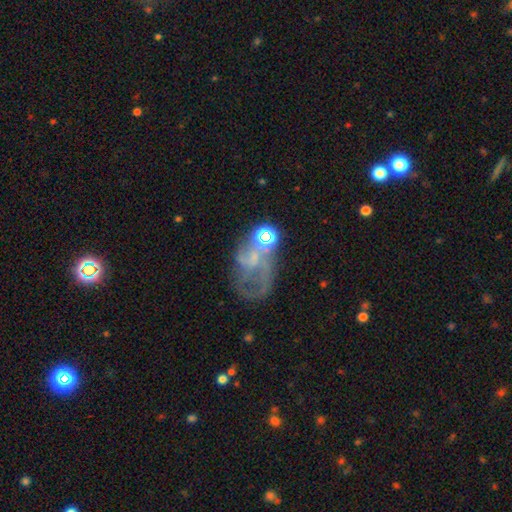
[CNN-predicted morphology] type=featured or disk (57%); edge-on=no (97%); bar=no (73%); spiral arms=yes (54%); bulge=none (46%); merging=major disturbance (40%).